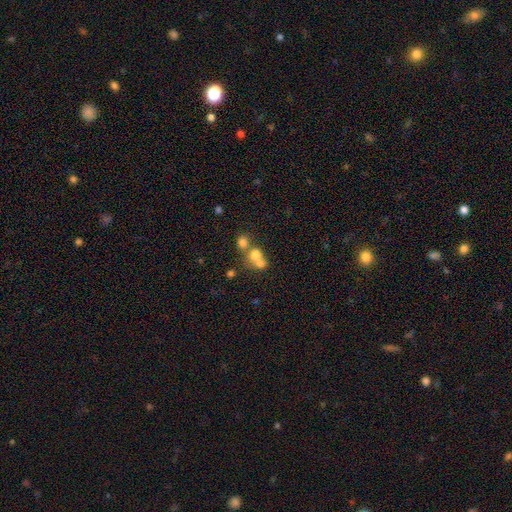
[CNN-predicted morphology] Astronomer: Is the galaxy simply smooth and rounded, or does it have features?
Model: smooth — 70%.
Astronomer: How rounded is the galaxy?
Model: round — 72%.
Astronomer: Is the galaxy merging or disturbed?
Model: merger — 59%.